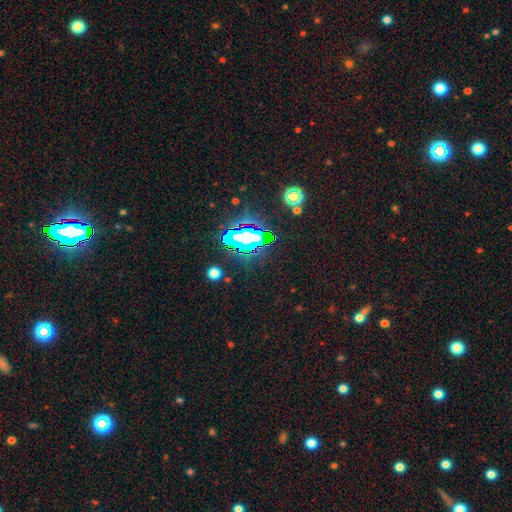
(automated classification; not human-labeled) Smooth or featured: star or artifact — 78% (smooth — 13%)